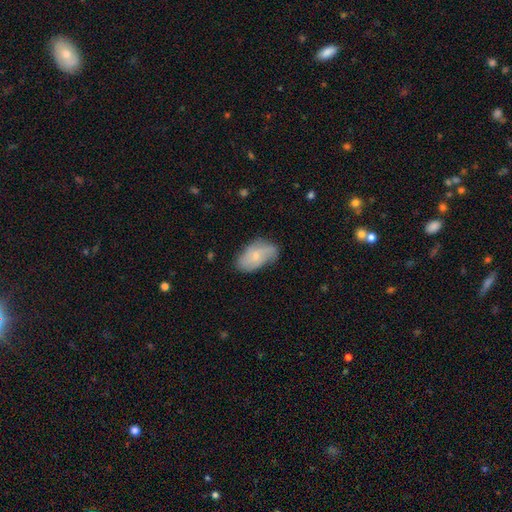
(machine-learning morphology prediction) Q: Smooth or featured?
A: smooth (65%); runner-up: featured or disk (28%)
Q: How rounded?
A: in between (93%); runner-up: round (4%)
Q: Merging?
A: none (59%); runner-up: minor disturbance (31%)